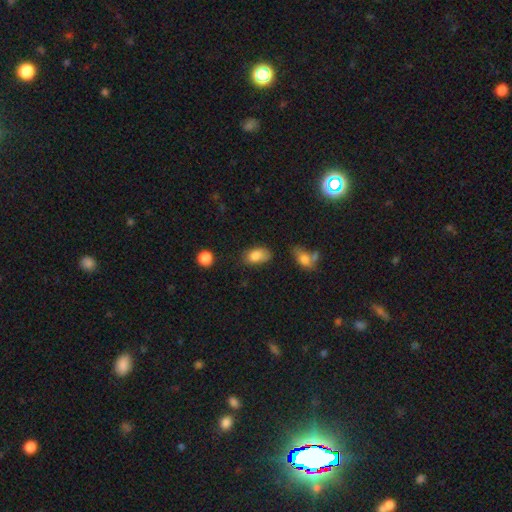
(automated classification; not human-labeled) Q: Smooth or featured?
A: smooth (82%); runner-up: featured or disk (9%)
Q: How rounded?
A: in between (89%); runner-up: round (9%)
Q: Merging?
A: none (55%); runner-up: minor disturbance (30%)